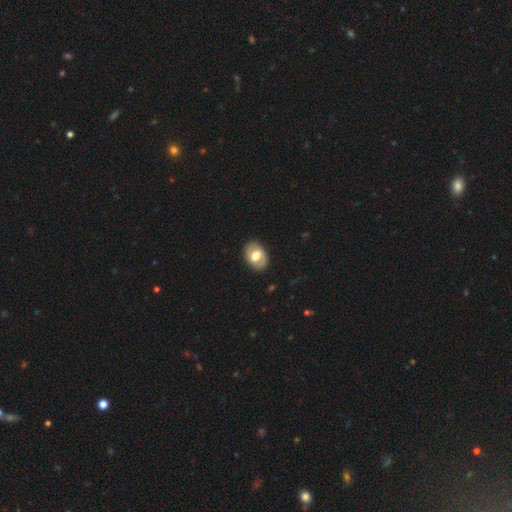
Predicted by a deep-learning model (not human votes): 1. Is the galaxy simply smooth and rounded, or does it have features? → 51% smooth, 42% featured or disk, 6% star or artifact.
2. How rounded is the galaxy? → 79% in between, 20% round, 1% cigar-shaped.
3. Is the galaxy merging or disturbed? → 85% none, 11% minor disturbance, 3% major disturbance, 1% merger.